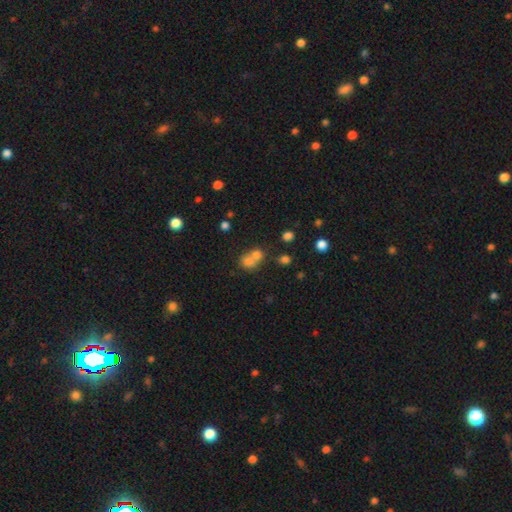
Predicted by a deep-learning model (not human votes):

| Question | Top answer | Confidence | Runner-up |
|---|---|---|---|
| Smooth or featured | smooth | 71% | star or artifact (15%) |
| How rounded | round | 71% | in between (28%) |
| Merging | merger | 63% | none (28%) |